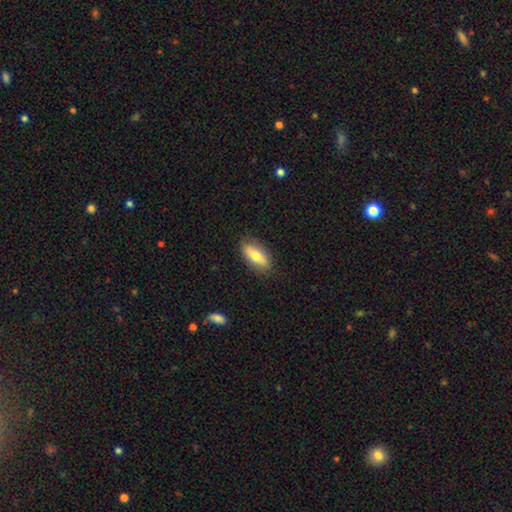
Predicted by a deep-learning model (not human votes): Q: Smooth or featured?
A: smooth (69%); runner-up: featured or disk (24%)
Q: How rounded?
A: in between (77%); runner-up: cigar-shaped (20%)
Q: Merging?
A: none (84%); runner-up: minor disturbance (12%)